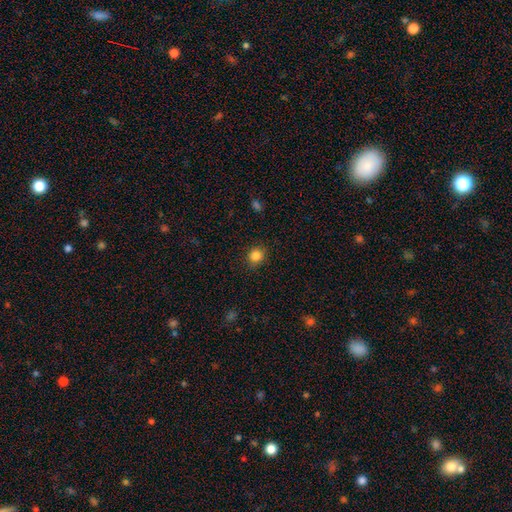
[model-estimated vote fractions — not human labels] smooth_or_featured: smooth (p=0.85) [alt: star or artifact p=0.11]
how_rounded: round (p=0.76) [alt: in between p=0.23]
merging: none (p=0.87) [alt: minor disturbance p=0.10]